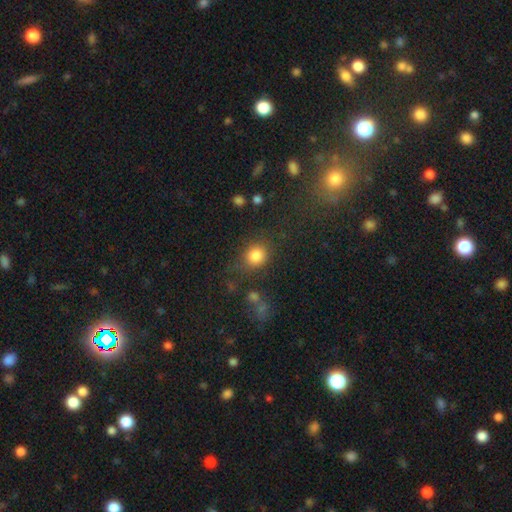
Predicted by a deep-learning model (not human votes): smooth 84%, star or artifact 11%, featured or disk 5%. Down the decision tree: how rounded — round (76%); merging — none (69%).